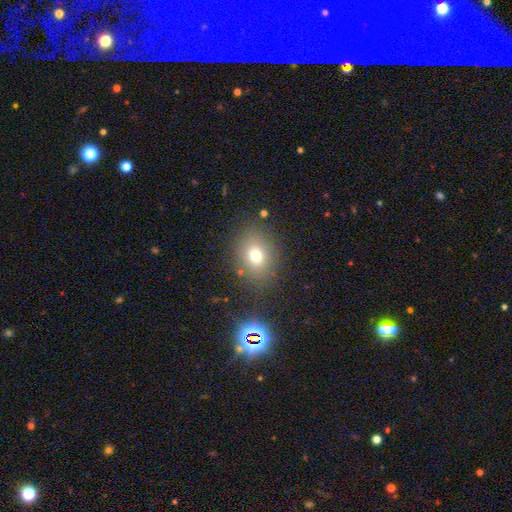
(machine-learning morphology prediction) The model was most divided on "how rounded": in between: 53%, round: 46%, cigar-shaped: 1%. More confident: merging — none (81%); smooth or featured — smooth (73%).